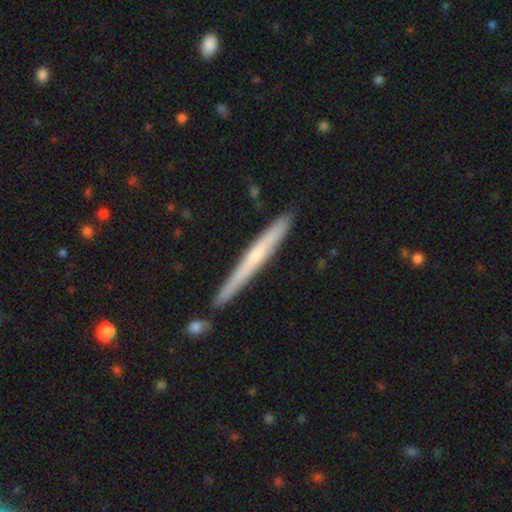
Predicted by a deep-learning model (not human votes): A featured or disk galaxy (53%) viewed edge-on (96%) with no central bulge (60%).

Vote fractions:
- Smooth or featured? featured or disk: 53% / smooth: 42% / star or artifact: 6%
- Edge-on disk? yes: 96% / no: 4%
- Edge-on bulge? none: 60% / rounded: 35% / boxy: 5%
- Merging? none: 85% / minor disturbance: 11% / merger: 3% / major disturbance: 2%